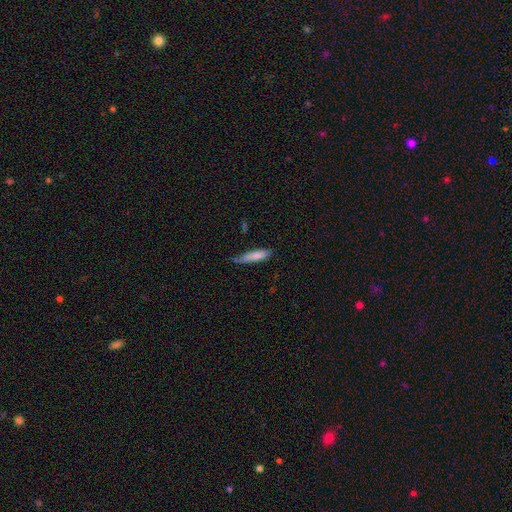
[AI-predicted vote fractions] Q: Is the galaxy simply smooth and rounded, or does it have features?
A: smooth — 81%.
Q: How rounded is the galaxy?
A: cigar-shaped — 72%.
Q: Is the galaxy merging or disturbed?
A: none — 59%.